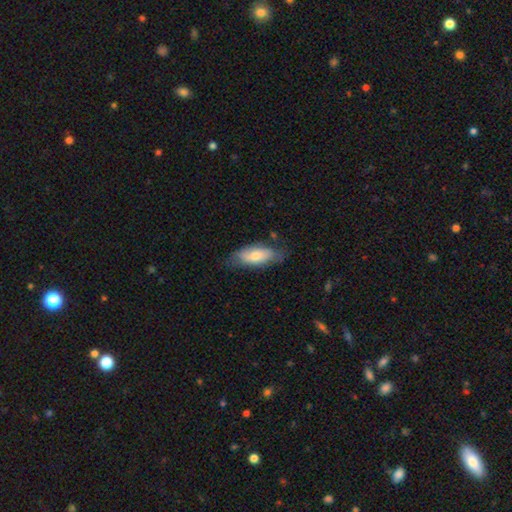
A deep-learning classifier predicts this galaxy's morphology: smooth 68%, featured or disk 26%, star or artifact 6%. Down the decision tree: how rounded — in between (83%); merging — none (65%).